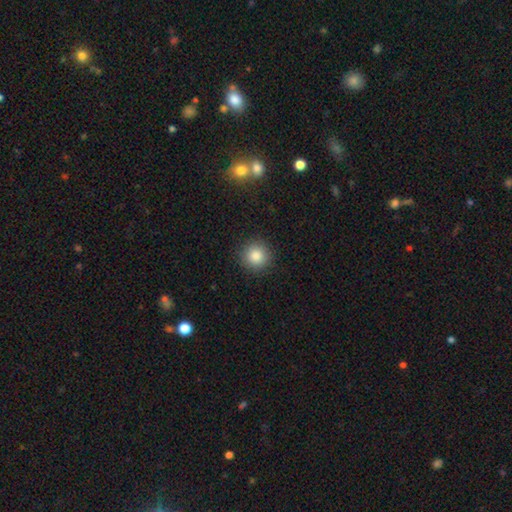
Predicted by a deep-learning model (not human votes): This is clearly a smooth galaxy (85%). How rounded: clearly round (94%). Merging: clearly none (91%).